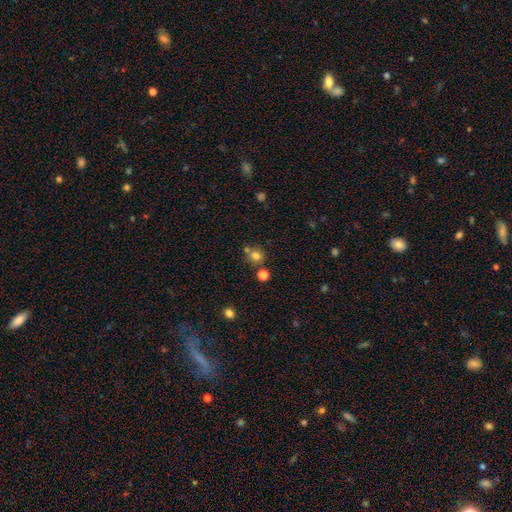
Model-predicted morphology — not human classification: Overall: smooth (76%). How rounded: round (87%). Merging: none (69%).